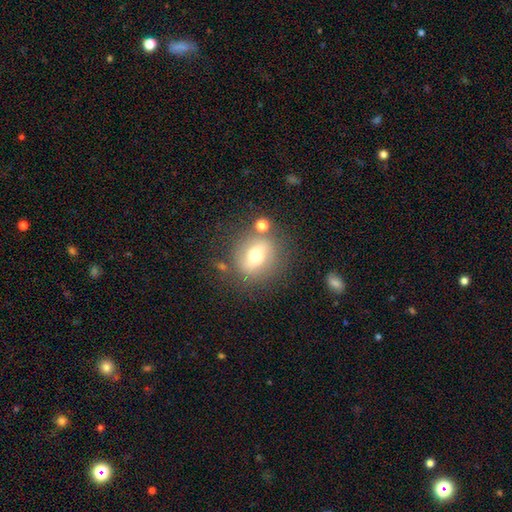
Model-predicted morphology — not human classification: Smooth or featured: smooth — 54% (featured or disk — 35%)
How rounded: round — 72% (in between — 26%)
Merging: none — 72% (minor disturbance — 14%)